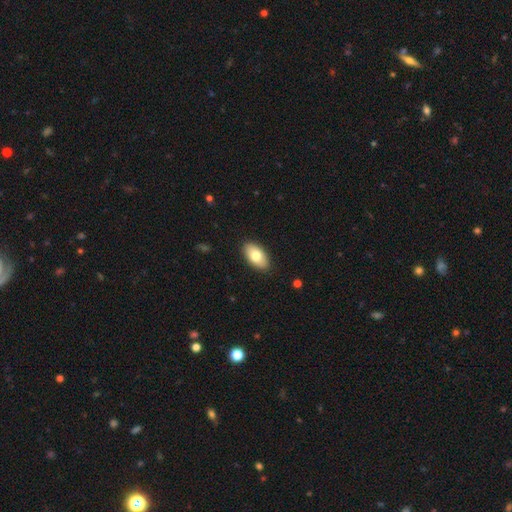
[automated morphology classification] A smooth galaxy with no disk features (76%) that is in between round and cigar-shaped (94%).

Vote fractions:
- Smooth or featured? smooth: 76% / featured or disk: 18% / star or artifact: 6%
- How rounded? in between: 94% / round: 3% / cigar-shaped: 2%
- Merging? none: 89% / minor disturbance: 8% / major disturbance: 2% / merger: 1%